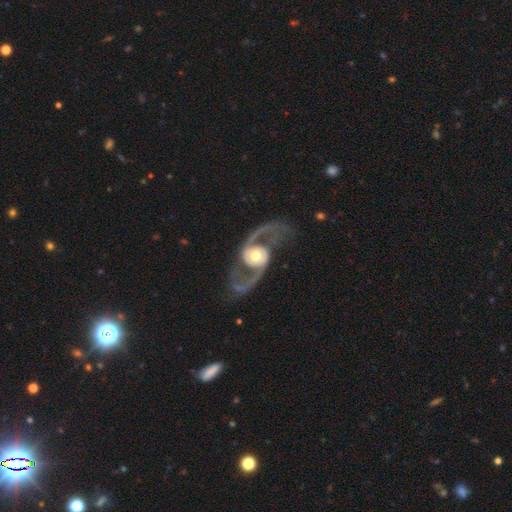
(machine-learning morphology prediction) Q: Smooth or featured?
A: featured or disk (92%); runner-up: smooth (5%)
Q: Edge-on disk?
A: no (96%); runner-up: yes (4%)
Q: Bar?
A: no (65%); runner-up: weak (22%)
Q: Spiral arms?
A: yes (95%); runner-up: no (5%)
Q: Spiral winding?
A: loose (66%); runner-up: medium (29%)
Q: Spiral arm count?
A: 2 (95%); runner-up: 1 (1%)
Q: Bulge size?
A: moderate (62%); runner-up: large (28%)
Q: Merging?
A: none (71%); runner-up: major disturbance (14%)